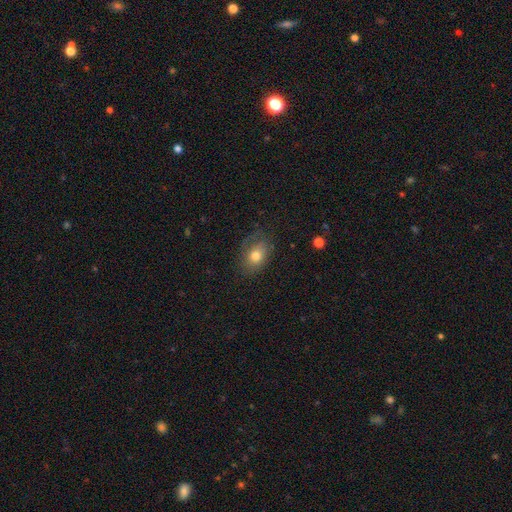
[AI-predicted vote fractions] Q: Smooth or featured?
A: smooth (71%); runner-up: featured or disk (20%)
Q: How rounded?
A: in between (75%); runner-up: round (23%)
Q: Merging?
A: none (66%); runner-up: minor disturbance (22%)